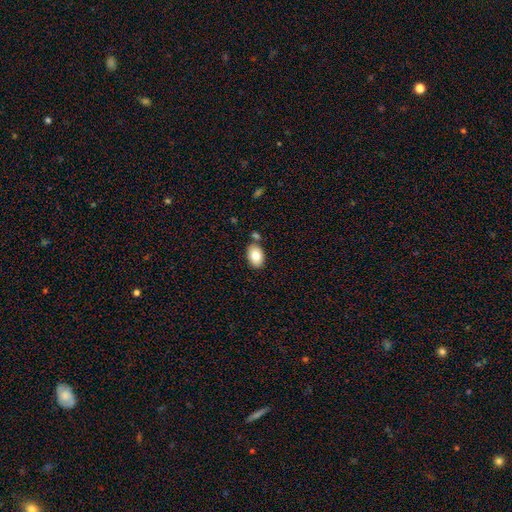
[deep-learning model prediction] Q: Smooth or featured?
A: smooth (81%); runner-up: featured or disk (12%)
Q: How rounded?
A: in between (87%); runner-up: round (12%)
Q: Merging?
A: none (77%); runner-up: minor disturbance (12%)